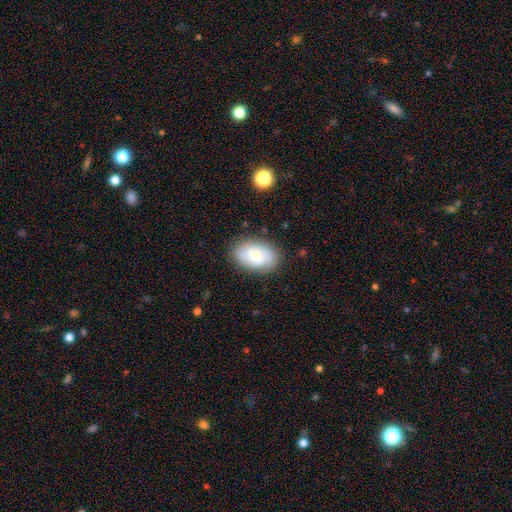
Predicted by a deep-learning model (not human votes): smooth 64%, featured or disk 28%, star or artifact 7%. Down the decision tree: how rounded — in between (87%); merging — none (83%).